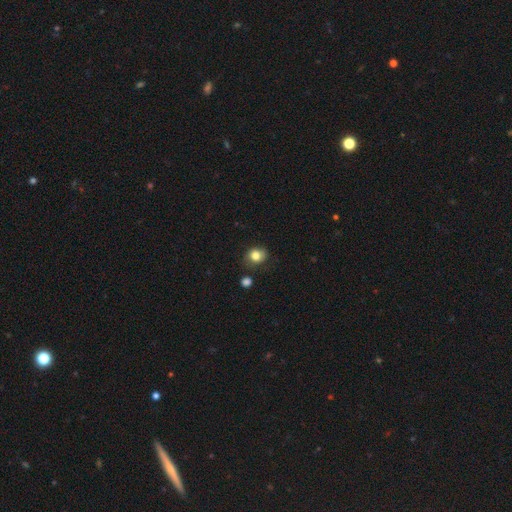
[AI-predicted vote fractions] A smooth galaxy with no disk features (81%) that is round (62%). Merging: none (73%).